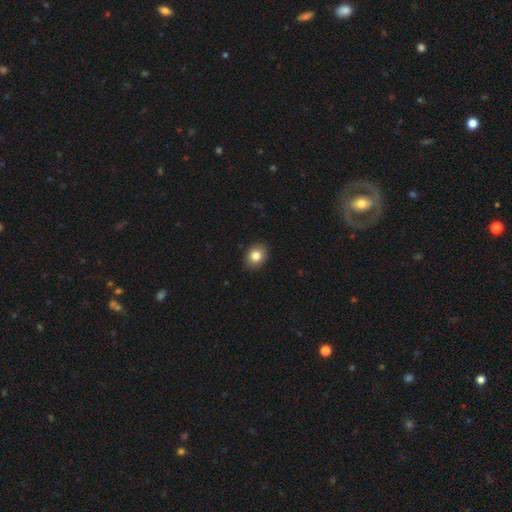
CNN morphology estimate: The model was most divided on "how rounded": in between: 54%, round: 45%, cigar-shaped: 1%. More confident: merging — none (89%); smooth or featured — smooth (83%).